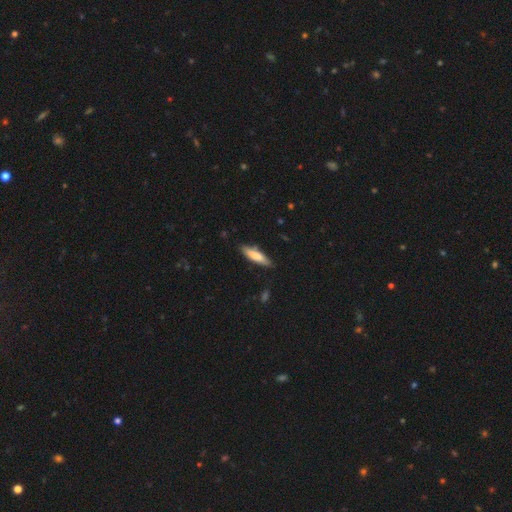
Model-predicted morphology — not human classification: A smooth galaxy with no disk features (75%) that is cigar-shaped (66%). Merging: none (82%).